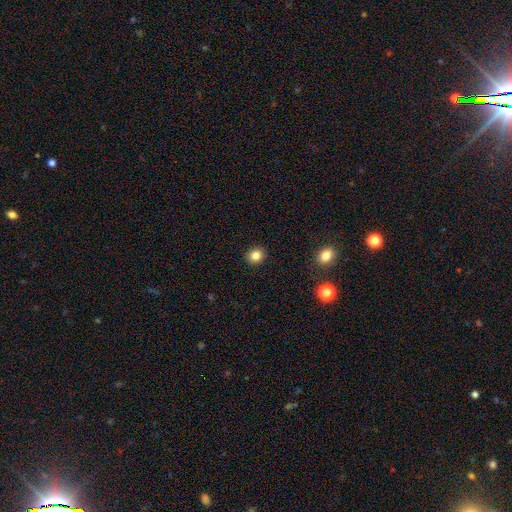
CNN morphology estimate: Q: Smooth or featured?
A: smooth (83%); runner-up: star or artifact (11%)
Q: How rounded?
A: round (78%); runner-up: in between (21%)
Q: Merging?
A: none (91%); runner-up: minor disturbance (6%)